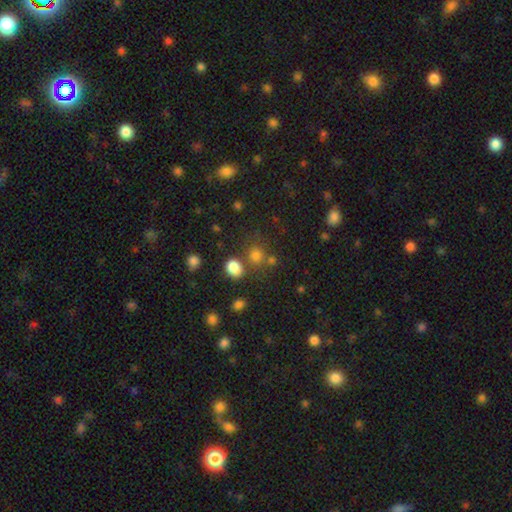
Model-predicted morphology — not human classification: type=smooth (75%); roundness=round (80%); merging=none (68%).